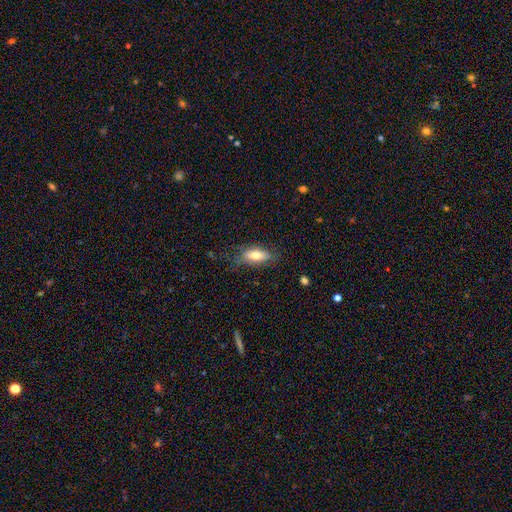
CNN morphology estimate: Smooth or featured? Predicted: smooth (p=0.69). How rounded? Predicted: in between (p=0.81). Merging? Predicted: none (p=0.70).